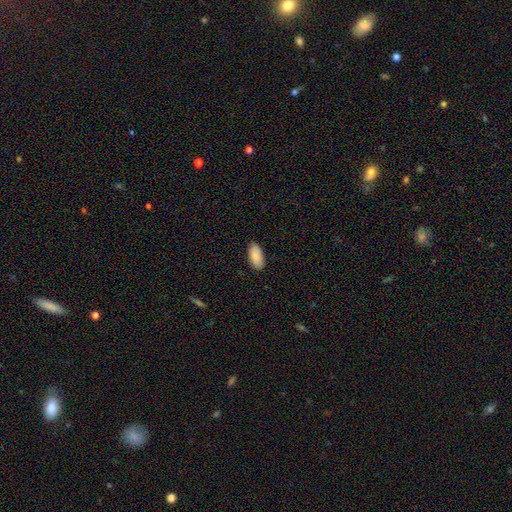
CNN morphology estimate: Q: Smooth or featured?
A: smooth (90%); runner-up: star or artifact (6%)
Q: How rounded?
A: in between (94%); runner-up: cigar-shaped (4%)
Q: Merging?
A: none (87%); runner-up: minor disturbance (10%)